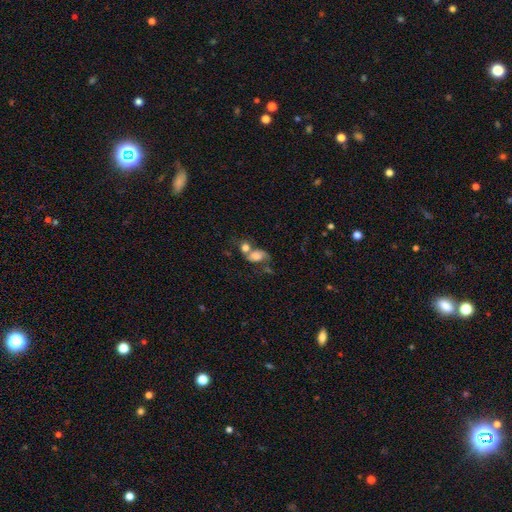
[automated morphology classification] A smooth galaxy with no disk features (52%) that is in between round and cigar-shaped (67%).

Vote fractions:
- Smooth or featured? smooth: 52% / featured or disk: 37% / star or artifact: 11%
- How rounded? in between: 67% / round: 31% / cigar-shaped: 2%
- Merging? merger: 57% / none: 18% / major disturbance: 14% / minor disturbance: 11%